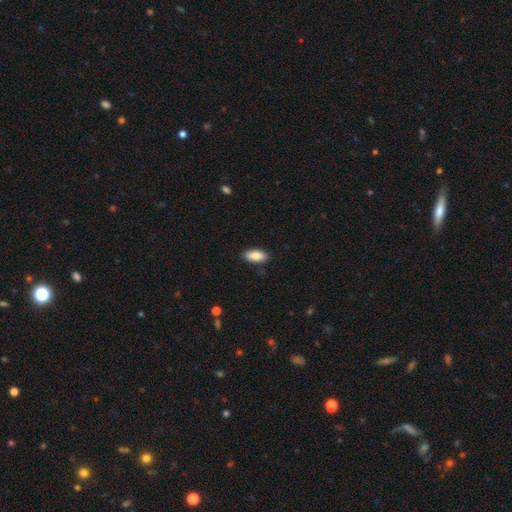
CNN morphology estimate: type=smooth (87%); roundness=in between (92%); merging=none (88%).